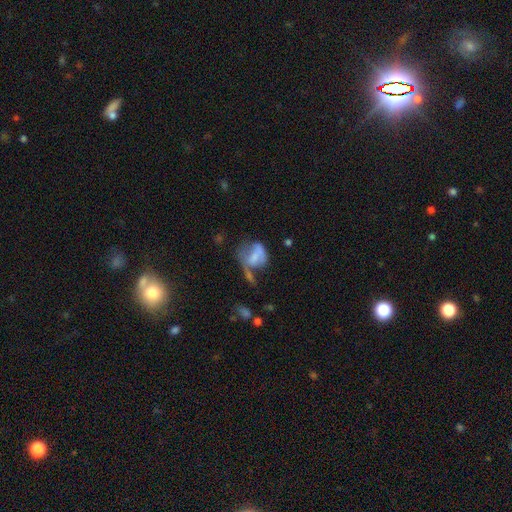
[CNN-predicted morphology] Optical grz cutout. It shows a smooth galaxy with no disk features (50%) that is in between round and cigar-shaped (63%). Merging: major disturbance (39%).